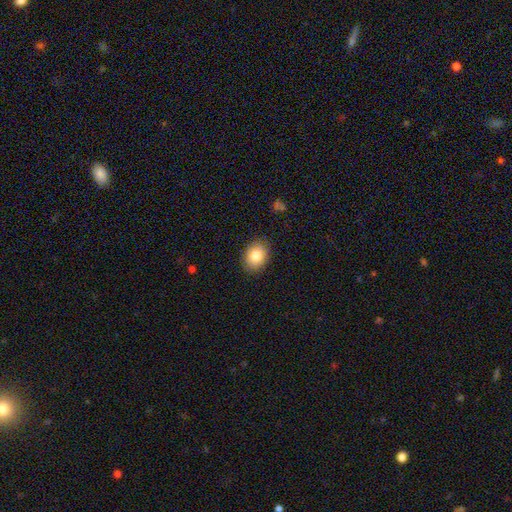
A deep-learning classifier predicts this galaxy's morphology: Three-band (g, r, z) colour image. It shows a smooth galaxy with no disk features (82%) that is in between round and cigar-shaped (60%). Merging: none (88%).